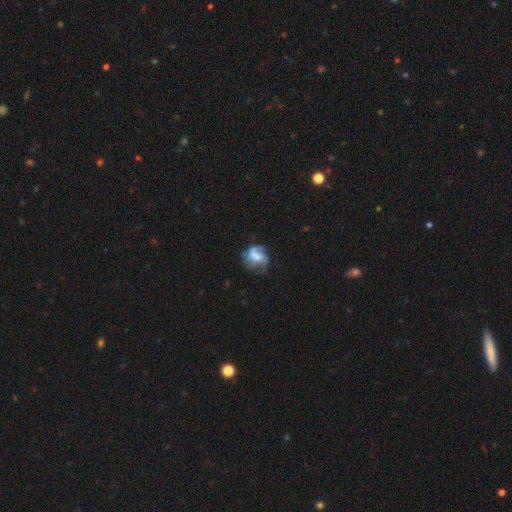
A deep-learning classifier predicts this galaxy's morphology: This appears to be a featured or disk galaxy (53%) with no bar (48%), spiral arms (64%) and a moderate central bulge (31%). Merging: none (47%).